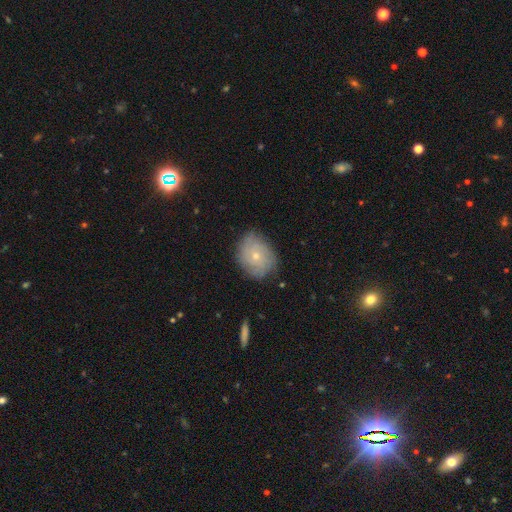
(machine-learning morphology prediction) The model was most divided on "smooth or featured": featured or disk: 48%, smooth: 43%, star or artifact: 9%. More confident: merging — none (77%).